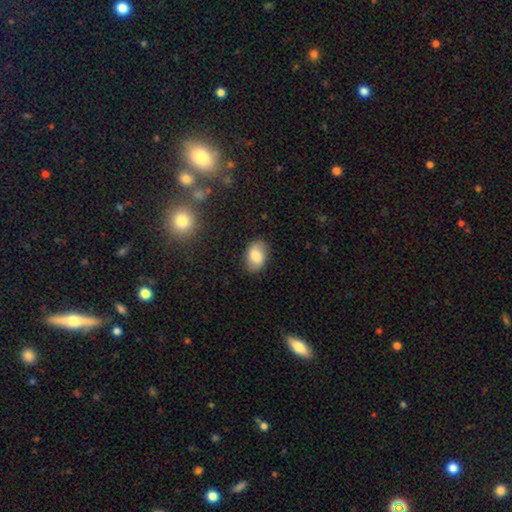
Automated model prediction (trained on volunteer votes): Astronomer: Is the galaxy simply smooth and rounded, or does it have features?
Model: smooth — 77%.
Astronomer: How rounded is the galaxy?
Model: in between — 86%.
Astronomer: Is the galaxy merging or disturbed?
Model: none — 84%.